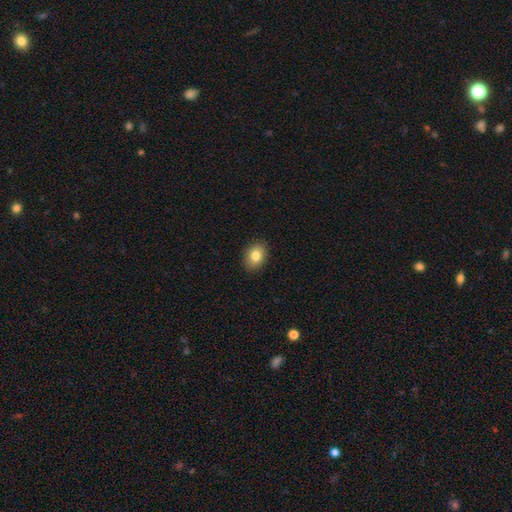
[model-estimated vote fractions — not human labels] smooth 82%, featured or disk 9%, star or artifact 9%. Down the decision tree: how rounded — in between (68%); merging — none (90%).